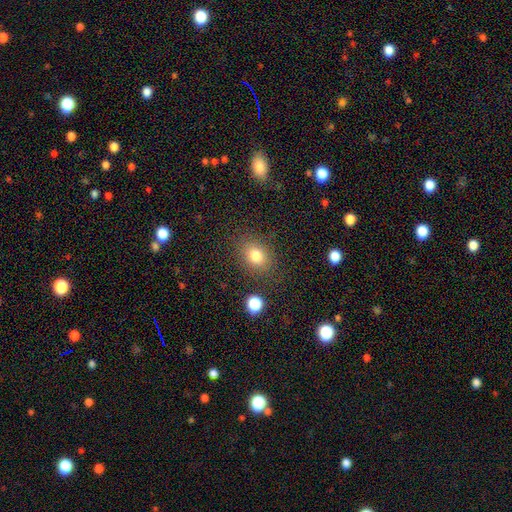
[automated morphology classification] This is likely a smooth galaxy (78%). How rounded: possibly in between (56%). Merging: clearly none (82%).